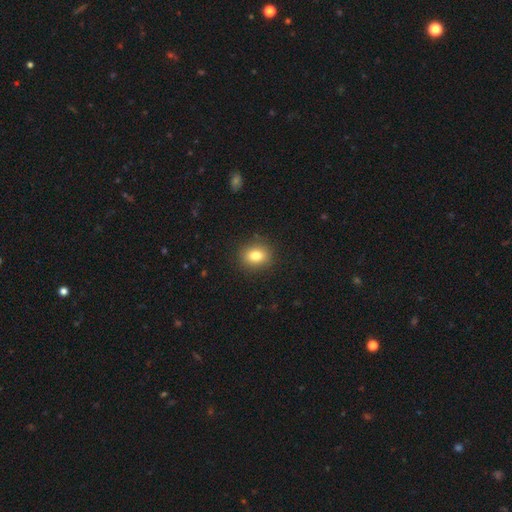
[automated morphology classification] Smooth or featured? Predicted: smooth (p=0.81). How rounded? Predicted: round (p=0.59). Merging? Predicted: none (p=0.88).